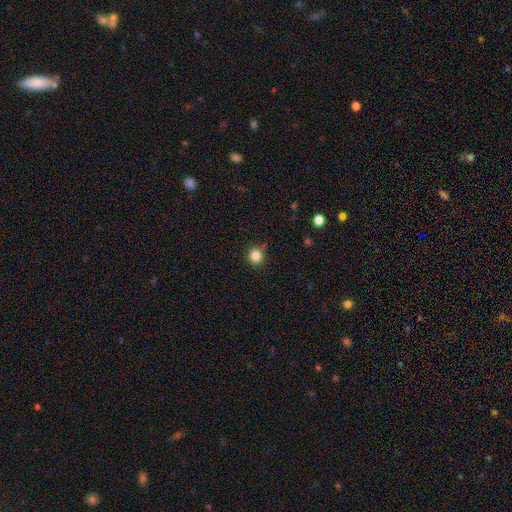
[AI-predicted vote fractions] smooth 84%, star or artifact 11%, featured or disk 4%. Down the decision tree: how rounded — round (88%); merging — none (86%).